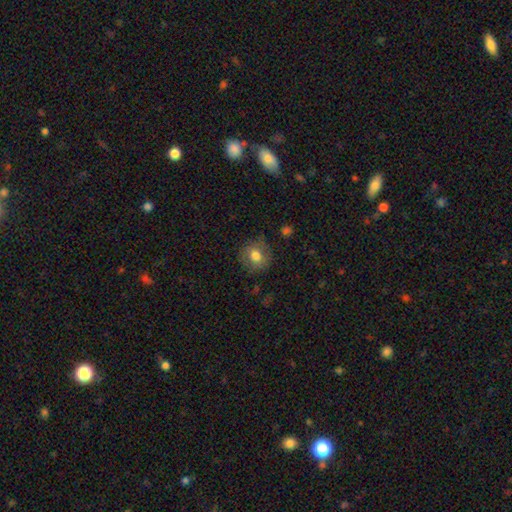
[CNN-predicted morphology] smooth_or_featured: smooth (p=0.76) [alt: featured or disk p=0.14]
how_rounded: round (p=0.84) [alt: in between p=0.15]
merging: none (p=0.78) [alt: minor disturbance p=0.16]